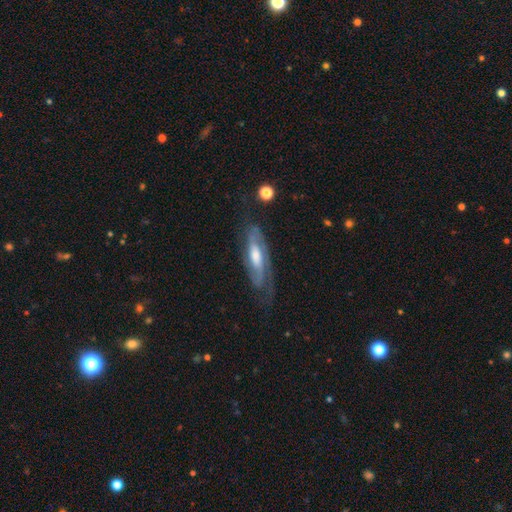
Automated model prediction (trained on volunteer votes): smooth-or-featured: featured or disk: 78% | smooth: 17% | star or artifact: 6%
  disk-edge-on: no: 78% | yes: 22%
    bar: no: 44% | weak: 37% | strong: 19%
    has-spiral-arms: yes: 92% | no: 8%
      spiral-winding: medium: 44% | tight: 40% | loose: 16%
      spiral-arm-count: 2: 67% | can't tell: 19% | 1: 7% | 3: 4% | 4: 2% | more than 4: 1%
    bulge-size: moderate: 56% | small: 20% | large: 18% | none: 5% | dominant: 2%
  merging: none: 65% | minor disturbance: 21% | major disturbance: 12% | merger: 2%